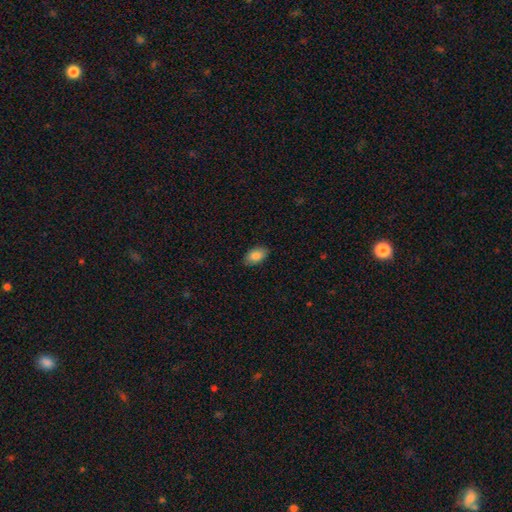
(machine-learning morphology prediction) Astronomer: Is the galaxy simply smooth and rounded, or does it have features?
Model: smooth — 87%.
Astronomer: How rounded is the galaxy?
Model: in between — 93%.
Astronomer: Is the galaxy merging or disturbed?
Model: none — 87%.